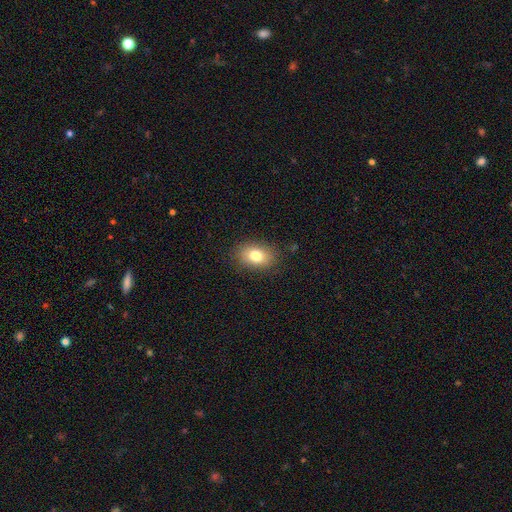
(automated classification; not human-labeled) Smooth or featured?
  - smooth: 78% *
  - featured or disk: 12%
  - star or artifact: 10%
How rounded?
  - in between: 75% *
  - round: 24%
  - cigar-shaped: 1%
Merging?
  - none: 86% *
  - minor disturbance: 10%
  - major disturbance: 3%
  - merger: 1%